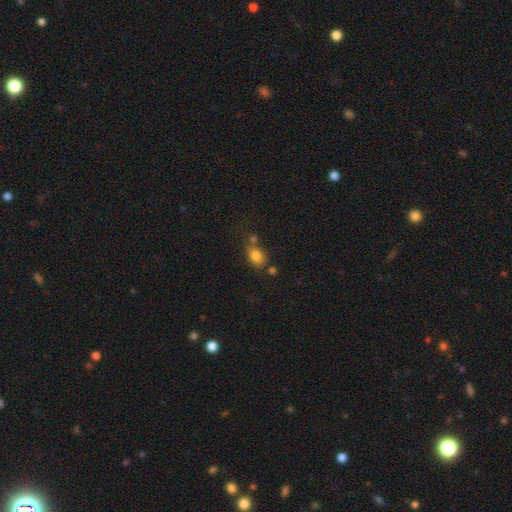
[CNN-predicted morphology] Smooth or featured?
  - smooth: 82% *
  - star or artifact: 11%
  - featured or disk: 8%
How rounded?
  - in between: 69% *
  - round: 30%
  - cigar-shaped: 2%
Merging?
  - none: 56% *
  - merger: 22%
  - minor disturbance: 17%
  - major disturbance: 6%